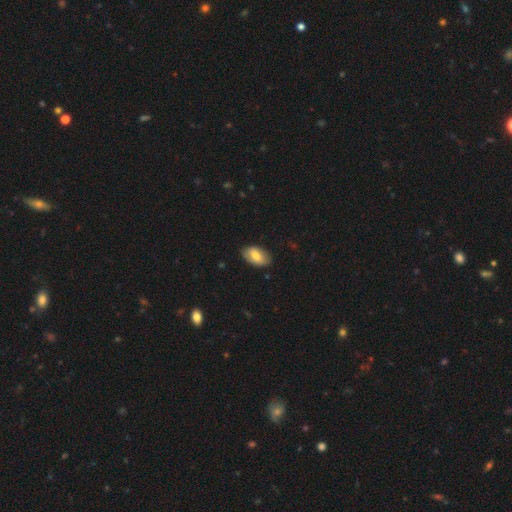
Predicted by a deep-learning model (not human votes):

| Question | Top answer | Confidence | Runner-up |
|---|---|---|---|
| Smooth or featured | smooth | 74% | featured or disk (20%) |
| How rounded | in between | 94% | round (5%) |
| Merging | none | 82% | minor disturbance (14%) |